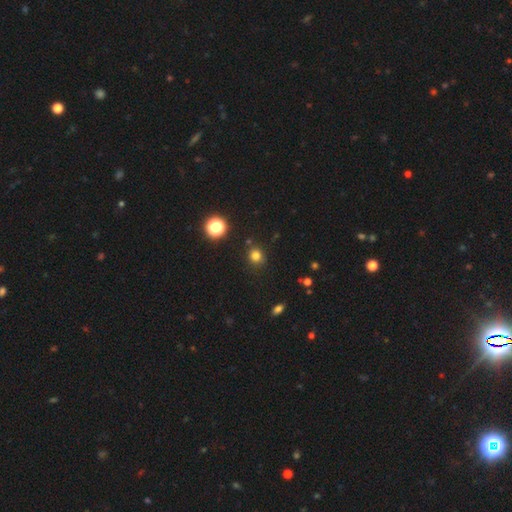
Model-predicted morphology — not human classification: smooth 78%, star or artifact 17%, featured or disk 5%. Down the decision tree: how rounded — round (84%); merging — none (84%).